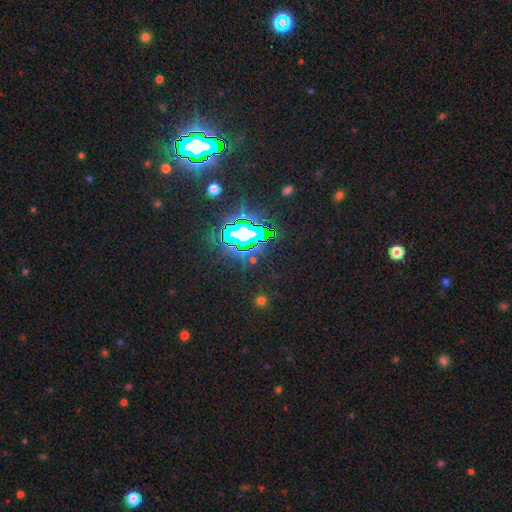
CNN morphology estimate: The model was most divided on "smooth or featured": star or artifact: 83%, smooth: 10%, featured or disk: 7%.